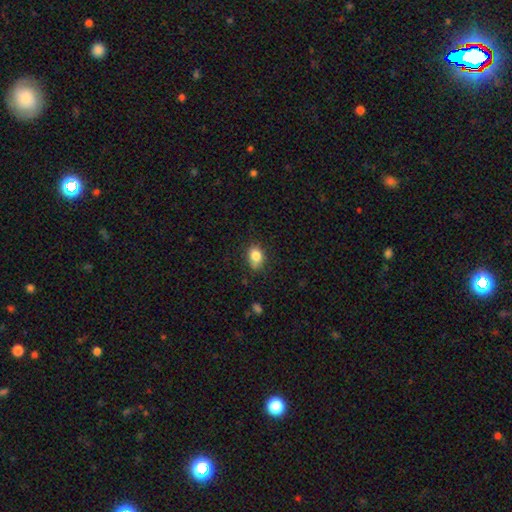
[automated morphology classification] This is clearly a smooth galaxy (84%). How rounded: likely in between (68%). Merging: likely none (71%).